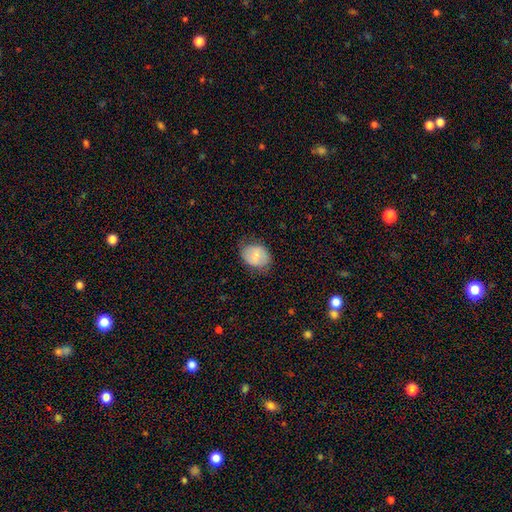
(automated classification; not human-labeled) The model was most divided on "how rounded": in between: 60%, round: 39%, cigar-shaped: 1%. More confident: merging — none (73%); smooth or featured — smooth (69%).